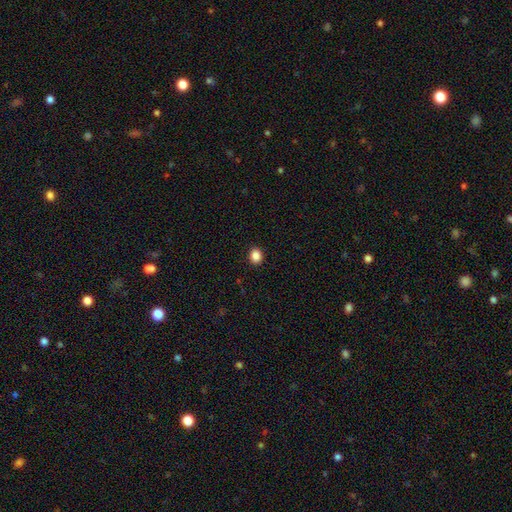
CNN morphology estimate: This appears to be a smooth galaxy with no disk features (87%) that is round (60%). Merging: none (92%).